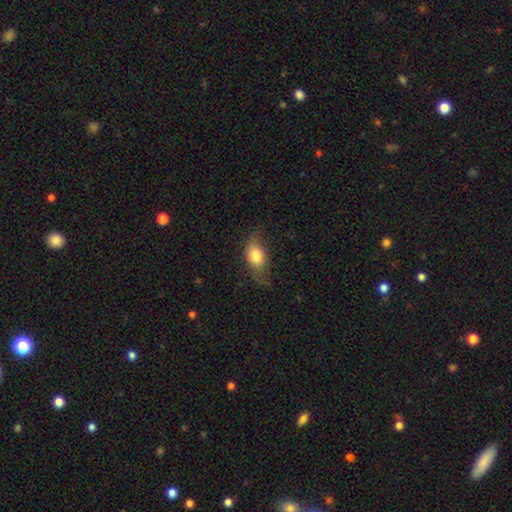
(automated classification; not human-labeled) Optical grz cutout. It shows a smooth galaxy with no disk features (75%) that is in between round and cigar-shaped (83%). Merging: none (55%).